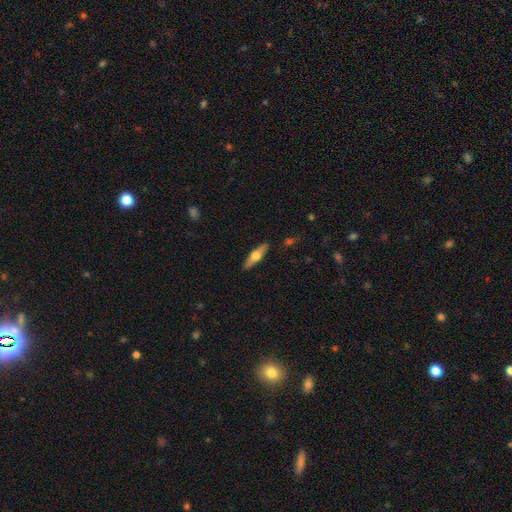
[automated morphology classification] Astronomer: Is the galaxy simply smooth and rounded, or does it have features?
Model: featured or disk — 51% (runner-up: smooth, 43%).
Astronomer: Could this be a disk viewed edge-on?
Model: yes — 91%.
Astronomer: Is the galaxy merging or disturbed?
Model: none — 89%.